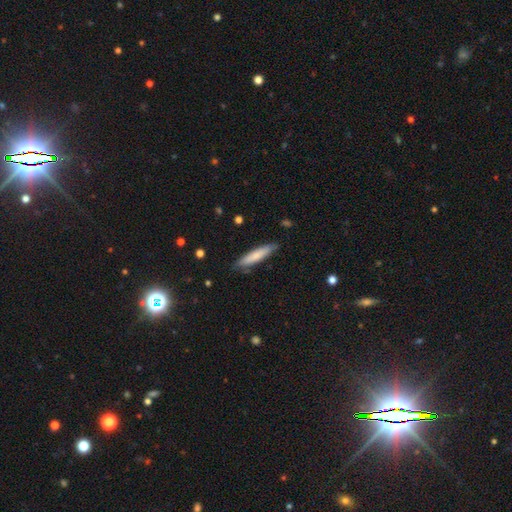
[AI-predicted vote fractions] This is likely a smooth galaxy (76%). How rounded: clearly cigar-shaped (86%). Merging: clearly none (83%).